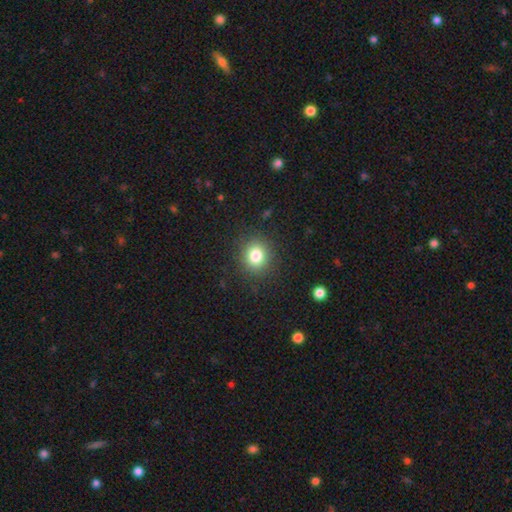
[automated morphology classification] smooth_or_featured: smooth (p=0.81) [alt: star or artifact p=0.12]
how_rounded: round (p=0.81) [alt: in between p=0.18]
merging: none (p=0.88) [alt: minor disturbance p=0.07]